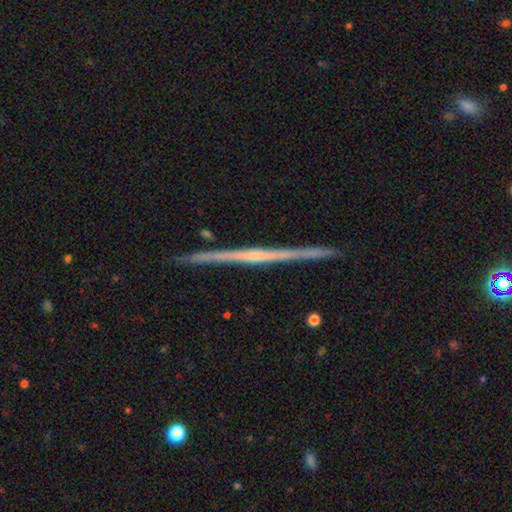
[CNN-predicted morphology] Smooth or featured: featured or disk — 80% (smooth — 15%)
Edge-on disk: yes — 99% (no — 1%)
Edge-on bulge: none — 61% (rounded — 29%)
Merging: none — 91% (minor disturbance — 7%)